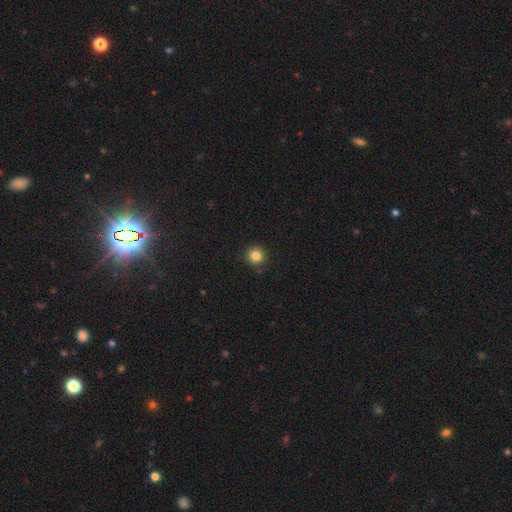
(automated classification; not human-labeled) smooth-or-featured: smooth: 85% | star or artifact: 11% | featured or disk: 4%
  how-rounded: round: 95% | in between: 4% | cigar-shaped: 1%
  merging: none: 90% | minor disturbance: 7% | major disturbance: 2% | merger: 1%